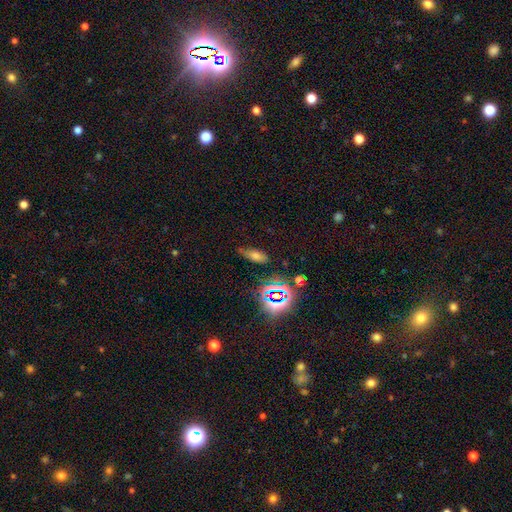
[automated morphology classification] A smooth galaxy with no disk features (47%). Merging: none (76%).